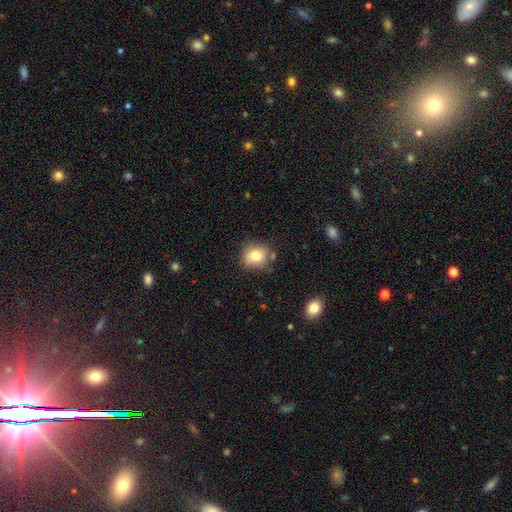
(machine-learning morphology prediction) Smooth or featured: smooth — 79% (star or artifact — 11%)
How rounded: round — 78% (in between — 21%)
Merging: none — 76% (minor disturbance — 16%)